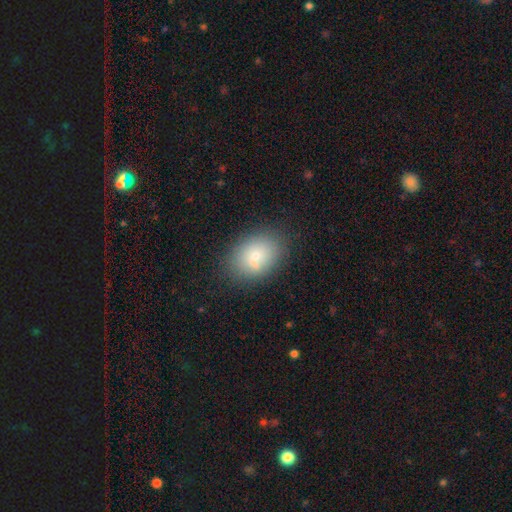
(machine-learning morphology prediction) type=smooth (70%); roundness=in between (67%); merging=none (71%).